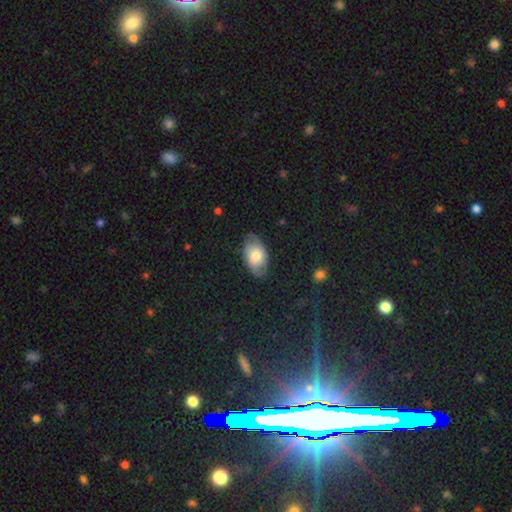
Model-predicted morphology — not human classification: This appears to be a smooth galaxy with no disk features (64%) that is in between round and cigar-shaped (91%). Merging: none (71%).